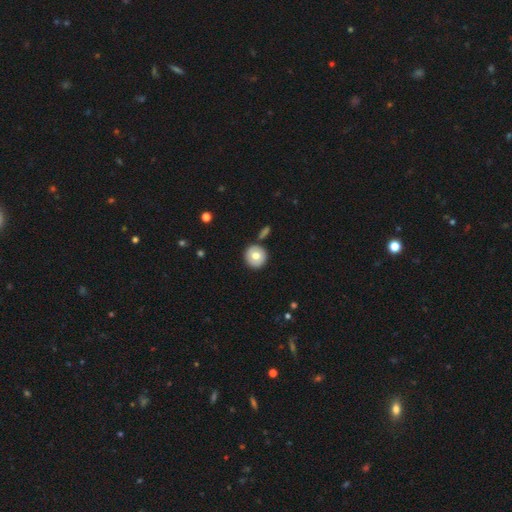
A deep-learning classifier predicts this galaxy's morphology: smooth 73%, featured or disk 19%, star or artifact 8%. Down the decision tree: how rounded — round (94%); merging — none (86%).